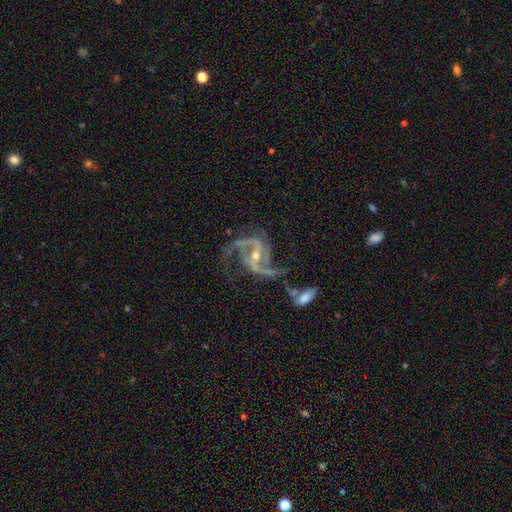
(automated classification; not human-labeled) Smooth or featured?
  - featured or disk: 92% *
  - star or artifact: 5%
  - smooth: 3%
Edge-on disk?
  - no: 97% *
  - yes: 3%
Bar?
  - weak: 36% *
  - strong: 35%
  - no: 29%
Spiral arms?
  - yes: 98% *
  - no: 2%
Spiral winding?
  - medium: 47% *
  - loose: 41%
  - tight: 11%
Spiral arm count?
  - 2: 73% *
  - 3: 15%
  - can't tell: 4%
  - 1: 3%
  - 4: 3%
  - more than 4: 3%
Bulge size?
  - small: 49% *
  - moderate: 47%
  - large: 1%
  - none: 1%
  - dominant: 1%
Merging?
  - none: 52% *
  - minor disturbance: 20%
  - major disturbance: 19%
  - merger: 8%